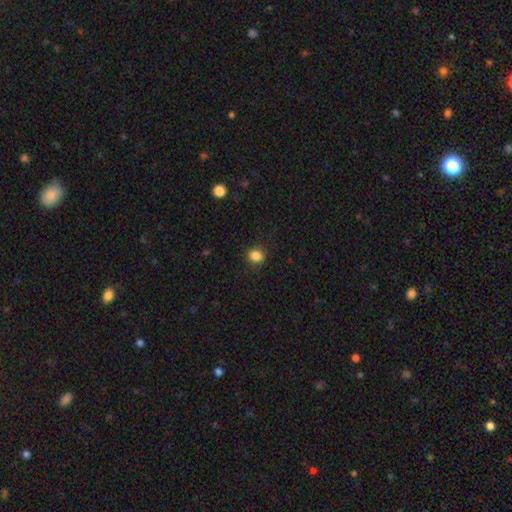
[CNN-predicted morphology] Smooth or featured?
  - smooth: 85% *
  - star or artifact: 11%
  - featured or disk: 4%
How rounded?
  - round: 63% *
  - in between: 36%
  - cigar-shaped: 1%
Merging?
  - none: 85% *
  - minor disturbance: 11%
  - major disturbance: 3%
  - merger: 1%